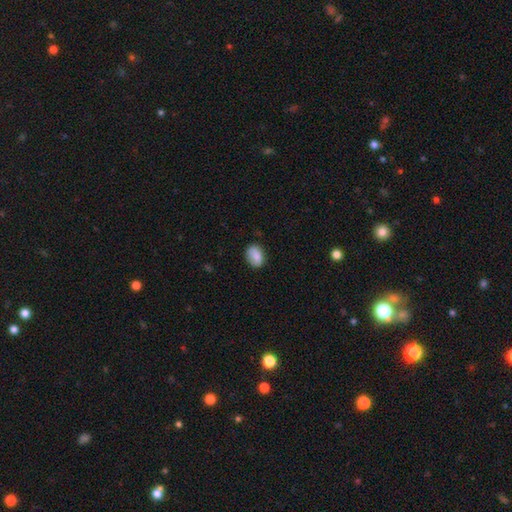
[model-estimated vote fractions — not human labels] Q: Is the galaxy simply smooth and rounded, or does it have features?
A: smooth — 84%.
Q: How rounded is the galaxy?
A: in between — 76%.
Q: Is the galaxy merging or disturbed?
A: none — 80%.